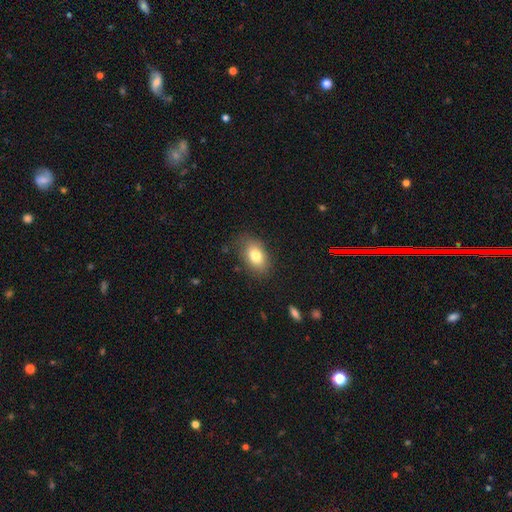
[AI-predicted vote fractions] Smooth or featured?
  - smooth: 79% *
  - featured or disk: 12%
  - star or artifact: 9%
How rounded?
  - in between: 83% *
  - round: 15%
  - cigar-shaped: 1%
Merging?
  - none: 78% *
  - minor disturbance: 16%
  - major disturbance: 4%
  - merger: 1%